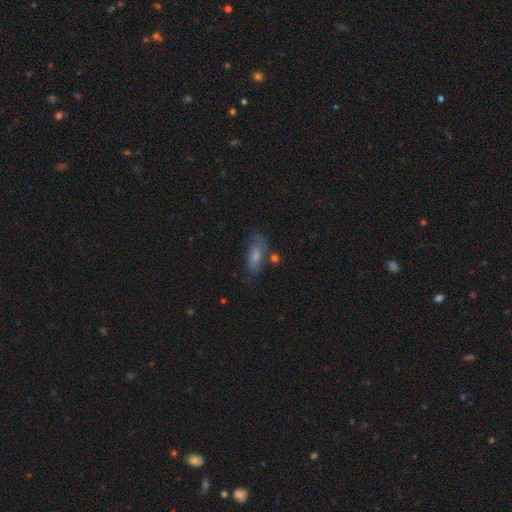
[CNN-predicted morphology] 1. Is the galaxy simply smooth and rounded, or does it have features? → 64% smooth, 26% featured or disk, 10% star or artifact.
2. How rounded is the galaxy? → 74% in between, 22% cigar-shaped, 3% round.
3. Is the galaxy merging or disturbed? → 57% none, 25% minor disturbance, 11% major disturbance, 7% merger.